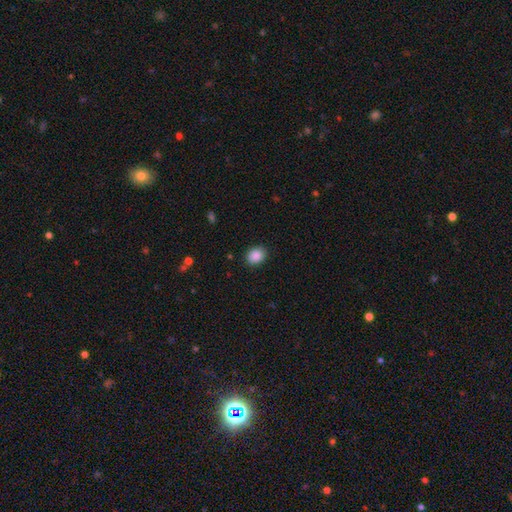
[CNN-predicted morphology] Overall: smooth (88%). How rounded: in between (53%; round 47%). Merging: none (89%).